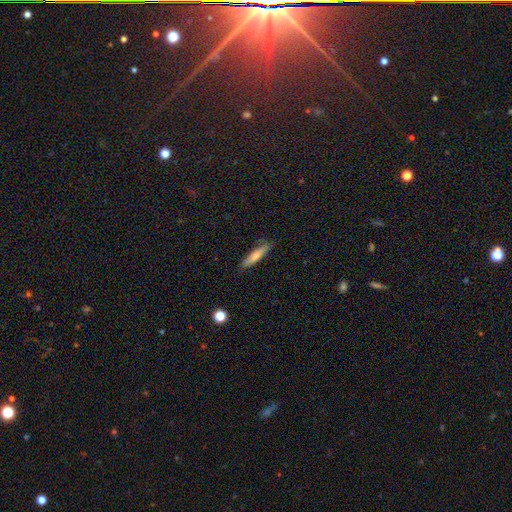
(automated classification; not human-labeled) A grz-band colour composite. It shows a smooth galaxy with no disk features (69%) that is cigar-shaped (86%). Merging: none (86%).